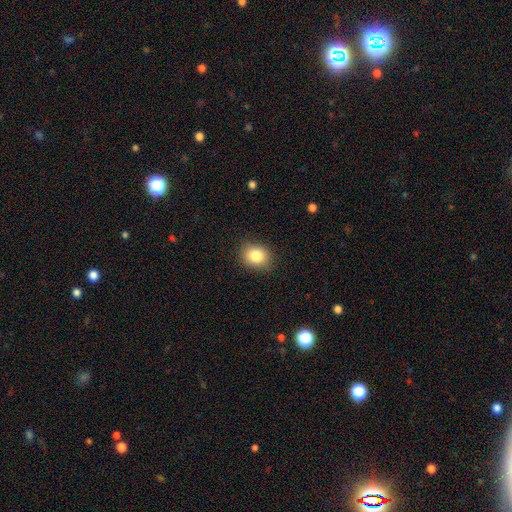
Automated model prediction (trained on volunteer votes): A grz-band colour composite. It shows a smooth galaxy with no disk features (84%) that is round (54%). Merging: none (87%).